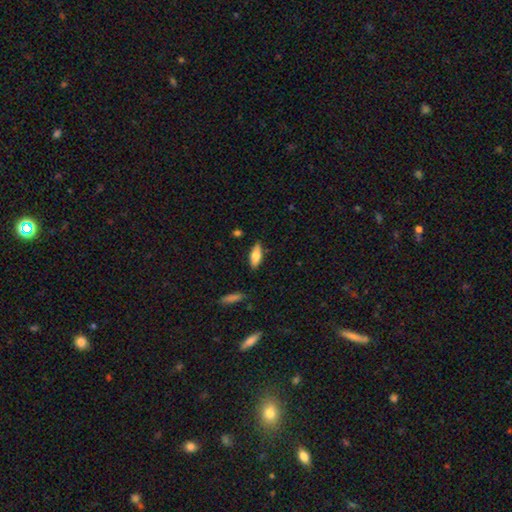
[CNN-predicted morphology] Overall: smooth (73%). How rounded: in between (72%). Merging: none (84%).